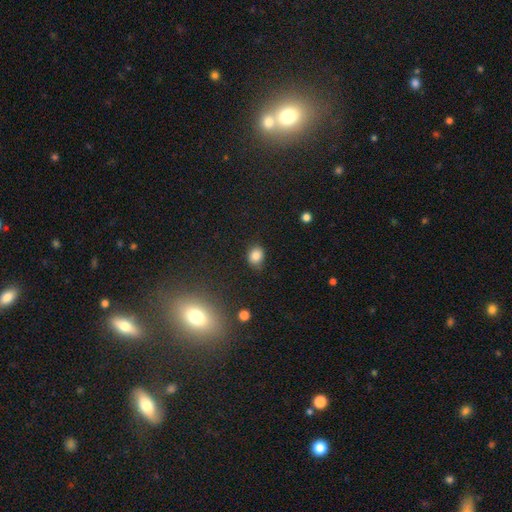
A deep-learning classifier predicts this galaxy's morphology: Smooth or featured? smooth (83%)
How rounded? round (59%)
Merging? none (73%)